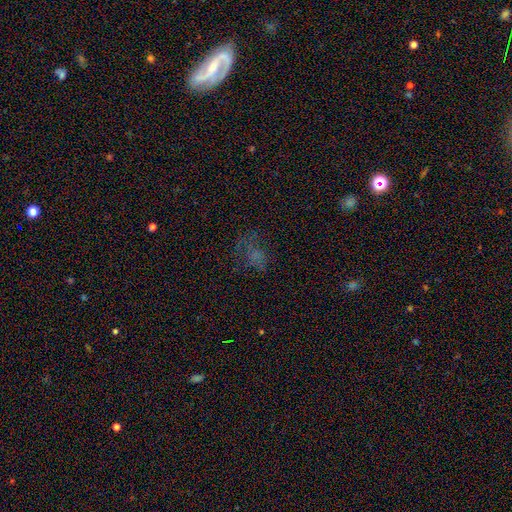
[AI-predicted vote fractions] Morphology: type=smooth (48%); merging=none (46%).